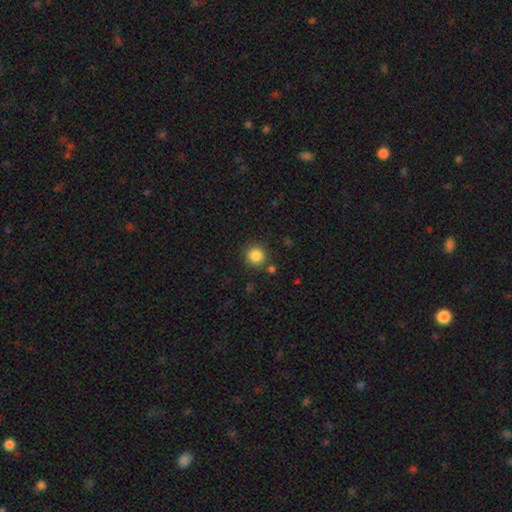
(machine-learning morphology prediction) The model was most divided on "smooth or featured": smooth: 86%, star or artifact: 11%, featured or disk: 4%. More confident: how rounded — round (93%); merging — none (85%).